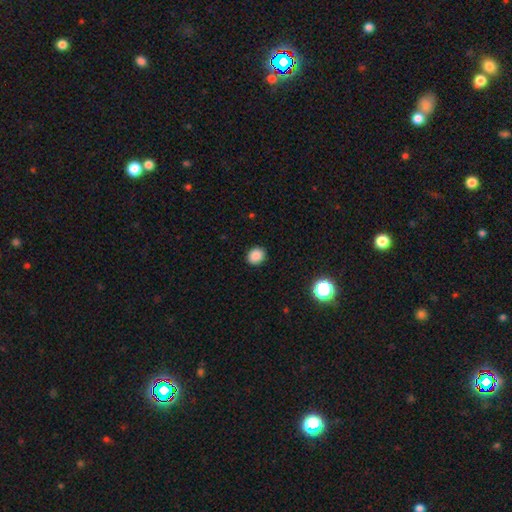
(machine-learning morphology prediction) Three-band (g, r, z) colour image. It shows a smooth galaxy with no disk features (87%) that is round (63%). Merging: none (91%).